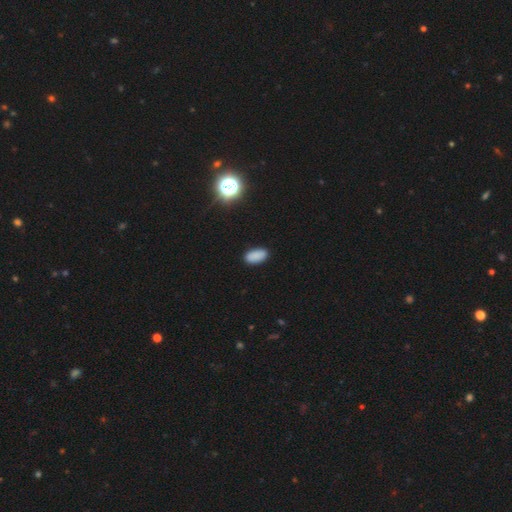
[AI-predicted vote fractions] Smooth or featured? smooth (85%)
How rounded? in between (93%)
Merging? none (88%)